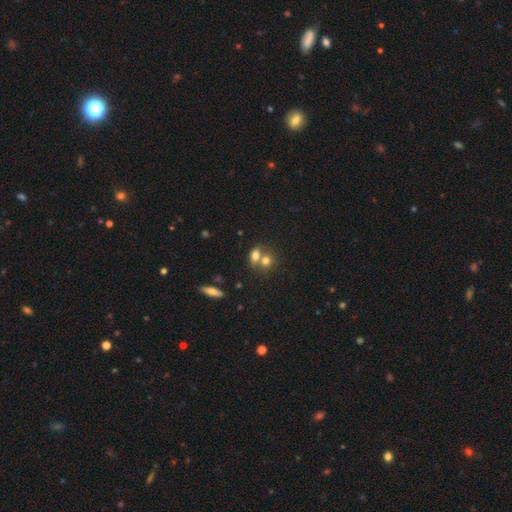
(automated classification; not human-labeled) smooth-or-featured: smooth: 72% | featured or disk: 16% | star or artifact: 12%
  how-rounded: in between: 59% | round: 37% | cigar-shaped: 4%
  merging: merger: 54% | none: 34% | minor disturbance: 8% | major disturbance: 4%